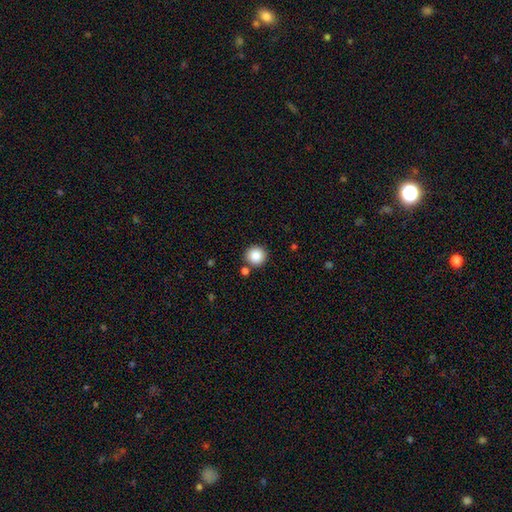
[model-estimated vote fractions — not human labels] Smooth or featured: smooth — 87% (star or artifact — 9%)
How rounded: round — 95% (in between — 4%)
Merging: none — 84% (minor disturbance — 7%)